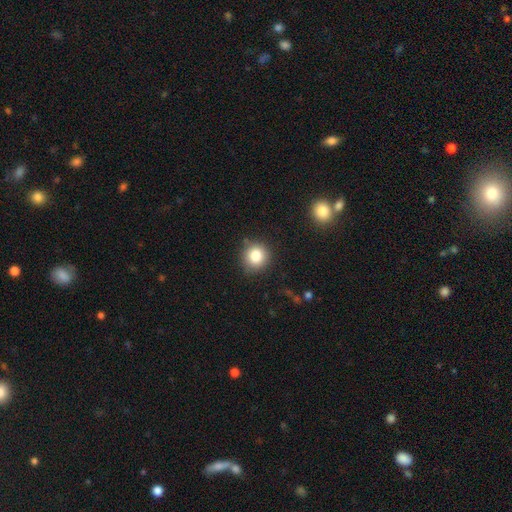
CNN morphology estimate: Q: Smooth or featured?
A: smooth (82%); runner-up: star or artifact (11%)
Q: How rounded?
A: round (90%); runner-up: in between (9%)
Q: Merging?
A: none (86%); runner-up: minor disturbance (10%)